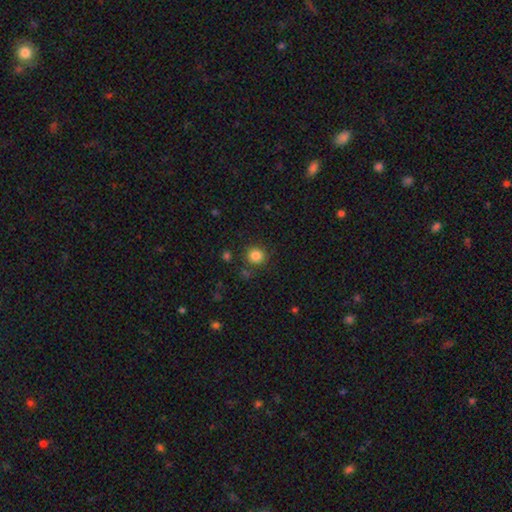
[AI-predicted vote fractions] smooth-or-featured: smooth: 84% | star or artifact: 12% | featured or disk: 5%
  how-rounded: round: 90% | in between: 9% | cigar-shaped: 1%
  merging: none: 84% | minor disturbance: 8% | merger: 4% | major disturbance: 3%